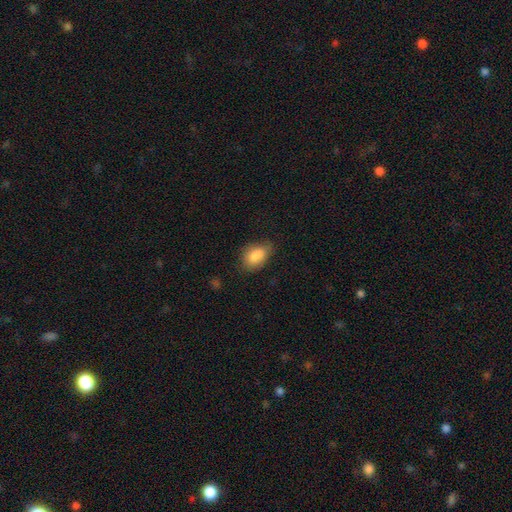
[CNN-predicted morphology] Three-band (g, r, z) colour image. It shows a smooth galaxy with no disk features (86%) that is in between round and cigar-shaped (86%). Merging: none (67%).